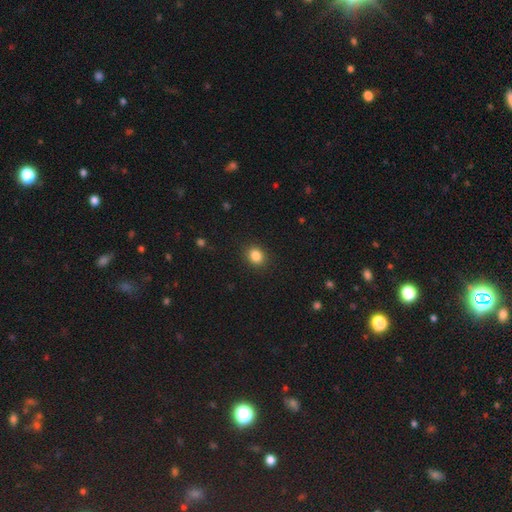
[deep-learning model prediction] The model was most divided on "how rounded": round: 60%, in between: 39%, cigar-shaped: 1%. More confident: merging — none (89%); smooth or featured — smooth (85%).